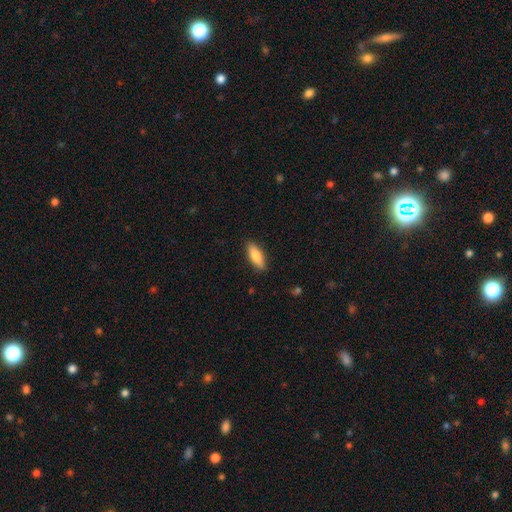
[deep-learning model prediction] Q: Smooth or featured?
A: smooth (78%); runner-up: featured or disk (16%)
Q: How rounded?
A: in between (60%); runner-up: cigar-shaped (38%)
Q: Merging?
A: none (88%); runner-up: minor disturbance (9%)